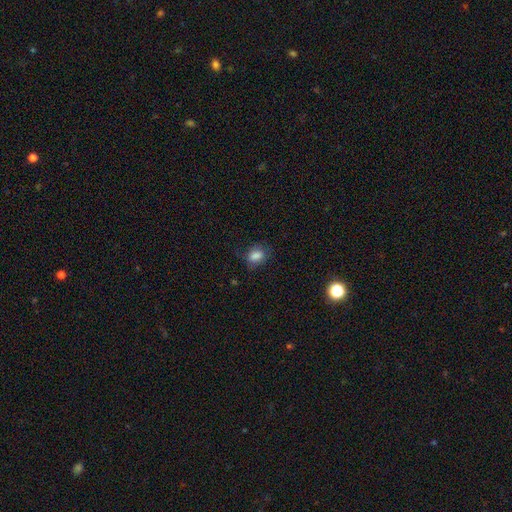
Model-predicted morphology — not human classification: Overall: smooth (84%). How rounded: in between (75%). Merging: none (71%).